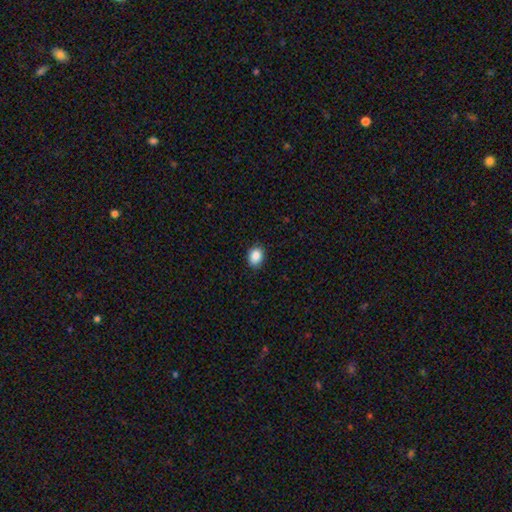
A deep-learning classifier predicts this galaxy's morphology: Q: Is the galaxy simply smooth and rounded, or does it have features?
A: smooth — 88%.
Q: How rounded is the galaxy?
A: in between — 62%.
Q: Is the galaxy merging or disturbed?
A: none — 87%.